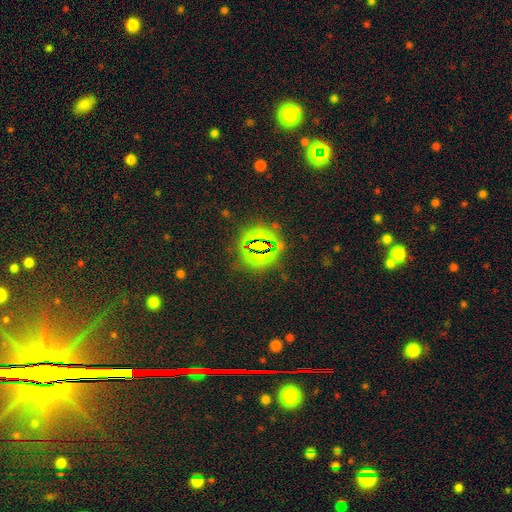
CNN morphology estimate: The model was most divided on "smooth or featured": star or artifact: 74%, smooth: 15%, featured or disk: 11%.